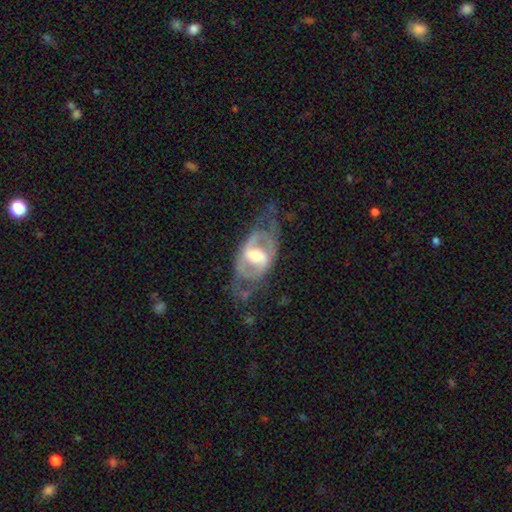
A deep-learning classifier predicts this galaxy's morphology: A featured or disk galaxy (82%) with a strong bar (45%), 2 (79%) medium (46%) spiral arms (74%) and a moderate central bulge (66%). Merging: none (52%).